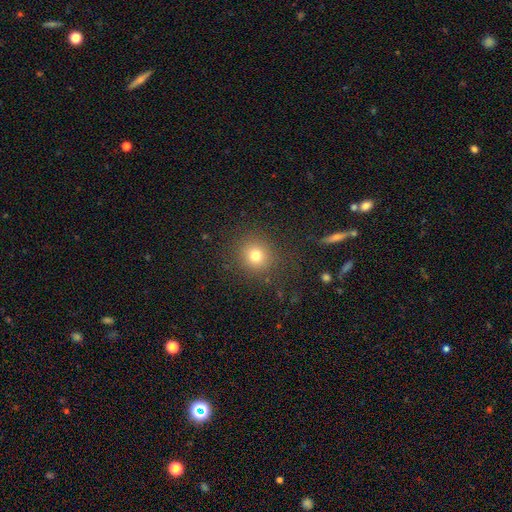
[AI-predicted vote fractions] Smooth or featured: smooth — 76% (star or artifact — 16%)
How rounded: round — 89% (in between — 10%)
Merging: none — 86% (minor disturbance — 8%)